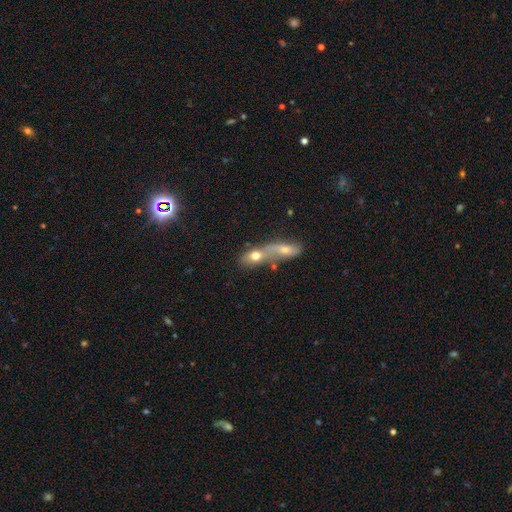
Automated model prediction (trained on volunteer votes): smooth 67%, featured or disk 24%, star or artifact 9%. Down the decision tree: how rounded — in between (67%); merging — merger (64%).